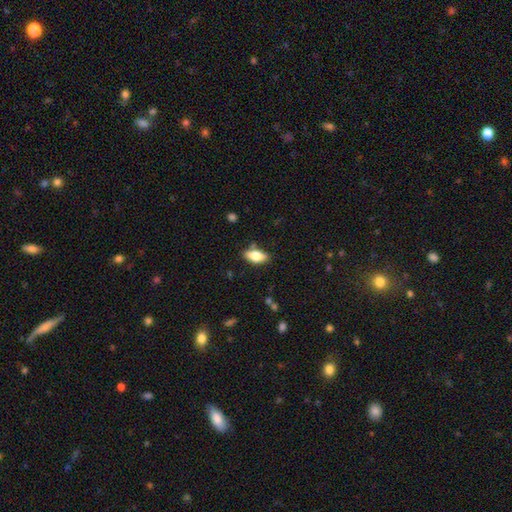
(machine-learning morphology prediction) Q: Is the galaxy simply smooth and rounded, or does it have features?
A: smooth — 73%.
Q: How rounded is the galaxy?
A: in between — 87%.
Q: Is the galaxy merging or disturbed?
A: none — 79%.